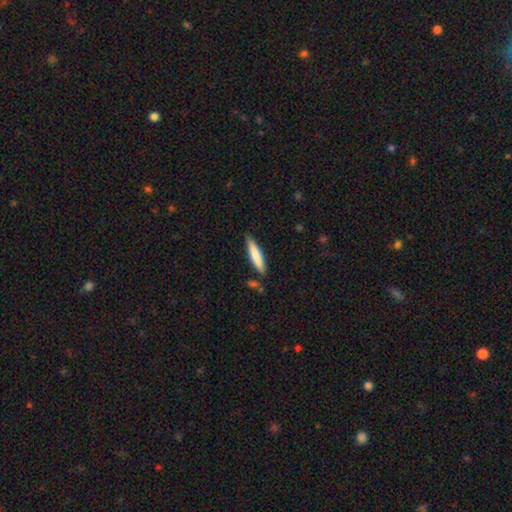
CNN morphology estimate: Smooth or featured? smooth (77%)
How rounded? cigar-shaped (85%)
Merging? none (83%)